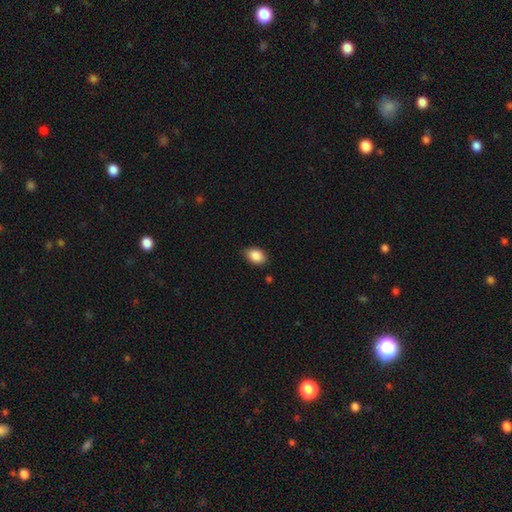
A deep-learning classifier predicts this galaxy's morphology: This appears to be a smooth galaxy with no disk features (88%) that is in between round and cigar-shaped (80%). Merging: none (79%).